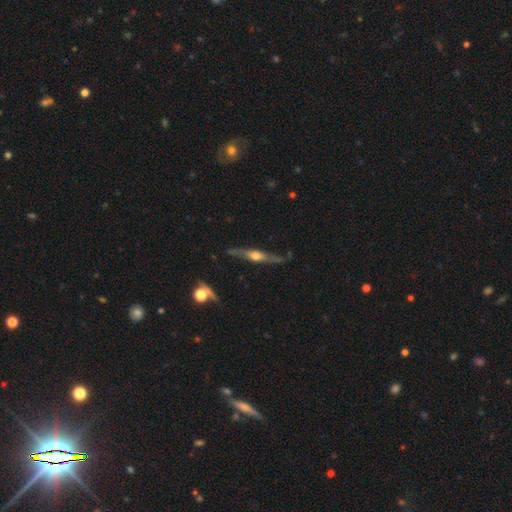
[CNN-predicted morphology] A featured or disk galaxy (78%) viewed edge-on (95%) with a rounded central bulge (90%). Merging: none (82%).